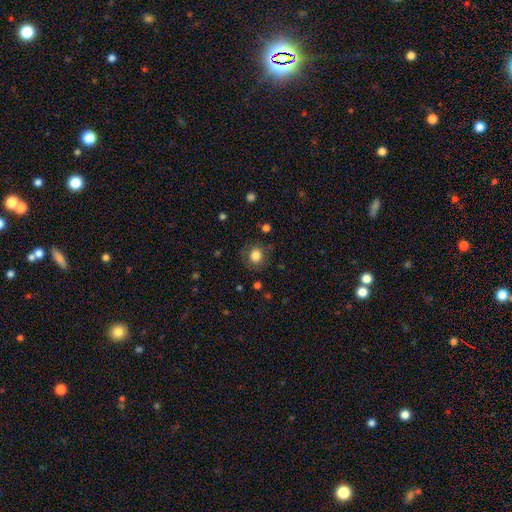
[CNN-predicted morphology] smooth-or-featured: smooth: 82% | star or artifact: 11% | featured or disk: 7%
  how-rounded: round: 85% | in between: 14% | cigar-shaped: 1%
  merging: none: 80% | minor disturbance: 13% | major disturbance: 5% | merger: 2%